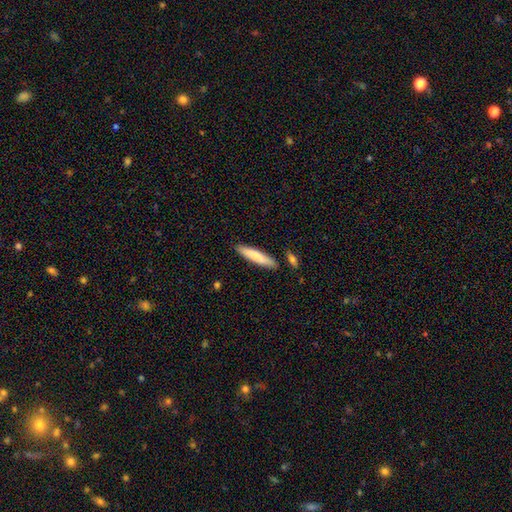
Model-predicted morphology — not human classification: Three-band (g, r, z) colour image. It shows a smooth galaxy with no disk features (77%) that is cigar-shaped (87%). Merging: none (86%).